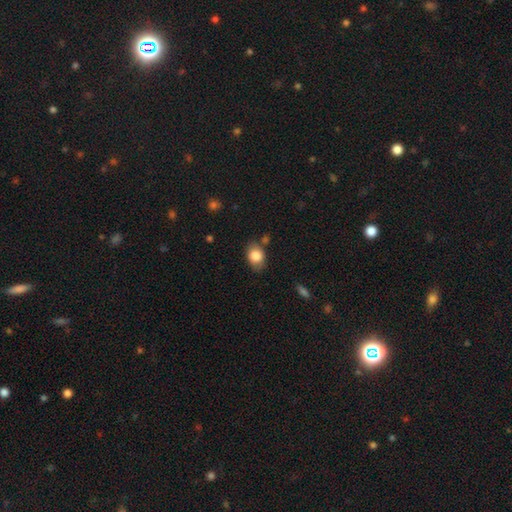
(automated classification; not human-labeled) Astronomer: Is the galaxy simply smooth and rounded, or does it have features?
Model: smooth — 82%.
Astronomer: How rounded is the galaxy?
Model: in between — 75%.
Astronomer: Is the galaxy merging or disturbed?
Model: none — 74%.